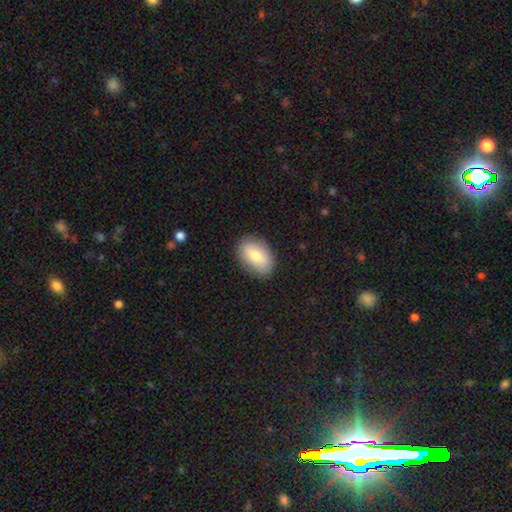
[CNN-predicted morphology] The model was most divided on "smooth or featured": smooth: 75%, featured or disk: 18%, star or artifact: 7%. More confident: how rounded — in between (90%); merging — none (87%).